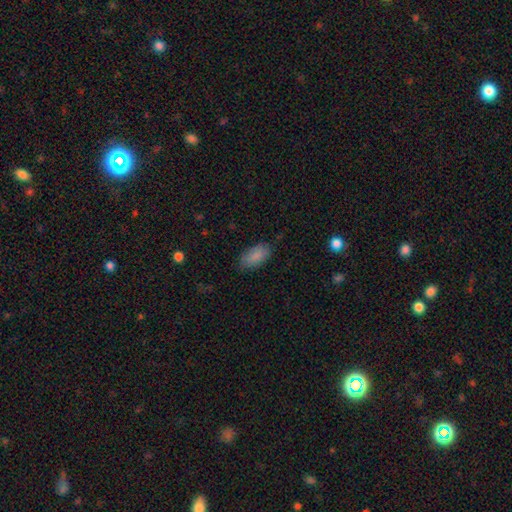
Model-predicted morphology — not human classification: type=smooth (87%); roundness=in between (93%); merging=none (80%).